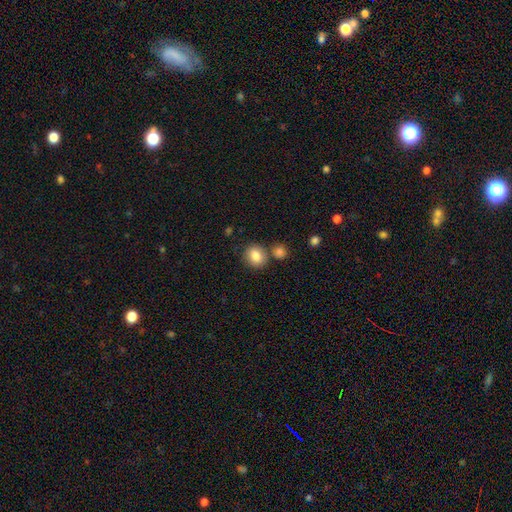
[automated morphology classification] Smooth or featured? smooth (84%)
How rounded? round (75%)
Merging? none (70%)